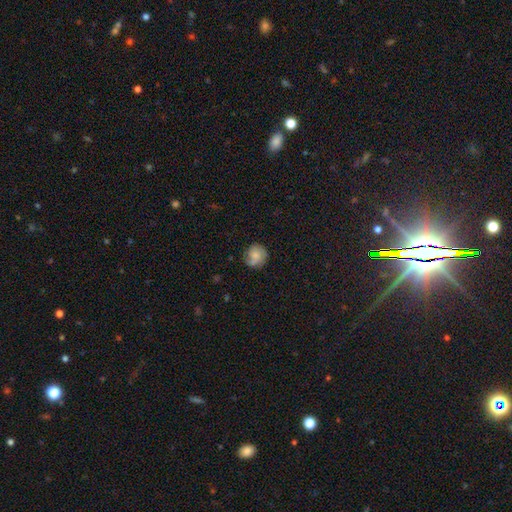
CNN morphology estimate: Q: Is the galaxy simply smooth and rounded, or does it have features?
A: smooth — 68%.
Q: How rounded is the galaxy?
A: round — 84%.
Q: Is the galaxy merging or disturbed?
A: none — 68%.